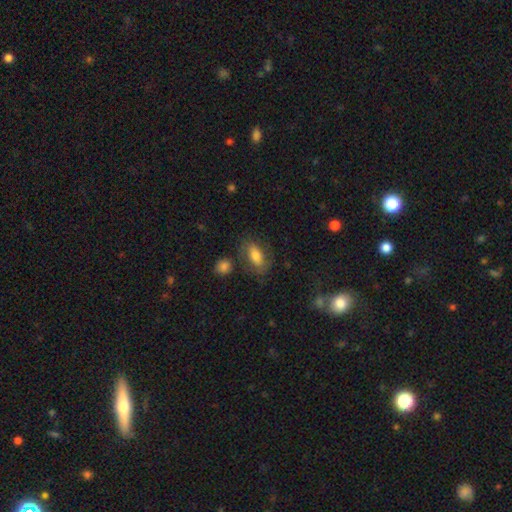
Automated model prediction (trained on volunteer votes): Smooth or featured? Predicted: smooth (p=0.70). How rounded? Predicted: in between (p=0.85). Merging? Predicted: none (p=0.68).